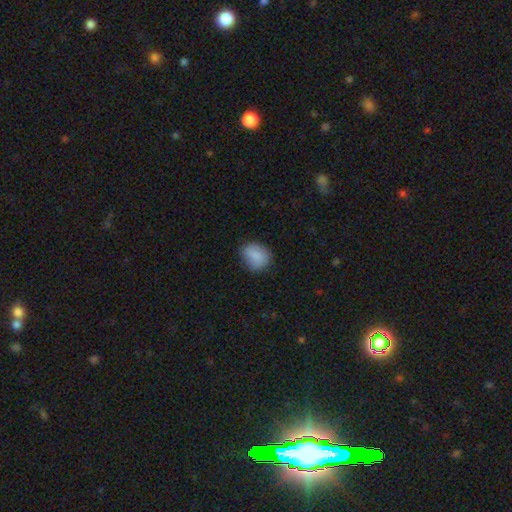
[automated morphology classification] smooth 86%, star or artifact 8%, featured or disk 6%. Down the decision tree: how rounded — round (51%); merging — none (72%).